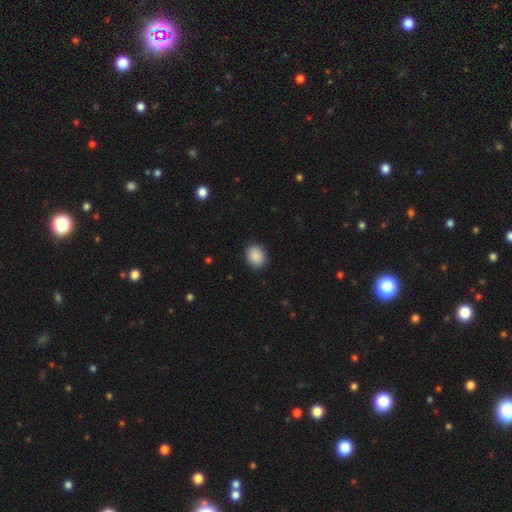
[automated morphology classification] smooth-or-featured: smooth: 90% | star or artifact: 7% | featured or disk: 3%
  how-rounded: round: 53% | in between: 46% | cigar-shaped: 1%
  merging: none: 90% | minor disturbance: 7% | major disturbance: 2% | merger: 1%